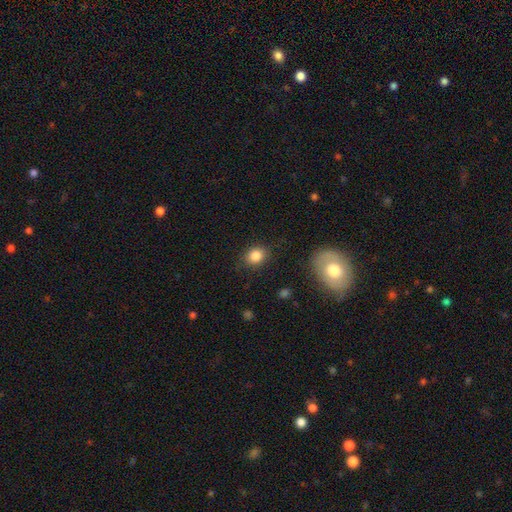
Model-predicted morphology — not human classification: type=smooth (85%); roundness=round (56%); merging=none (85%).